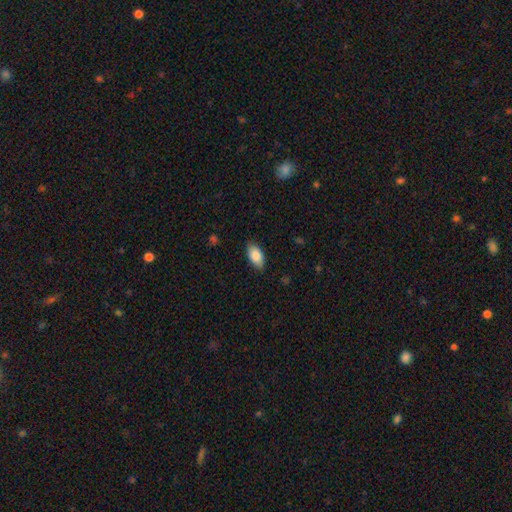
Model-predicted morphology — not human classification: A smooth galaxy with no disk features (86%) that is in between round and cigar-shaped (93%). Merging: none (85%).